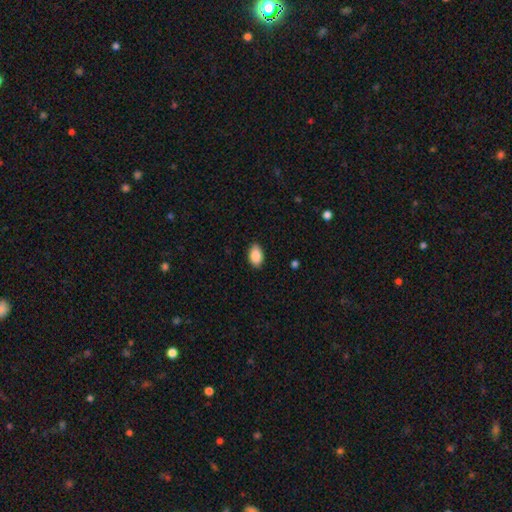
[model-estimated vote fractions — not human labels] smooth 89%, star or artifact 7%, featured or disk 4%. Down the decision tree: how rounded — in between (92%); merging — none (87%).